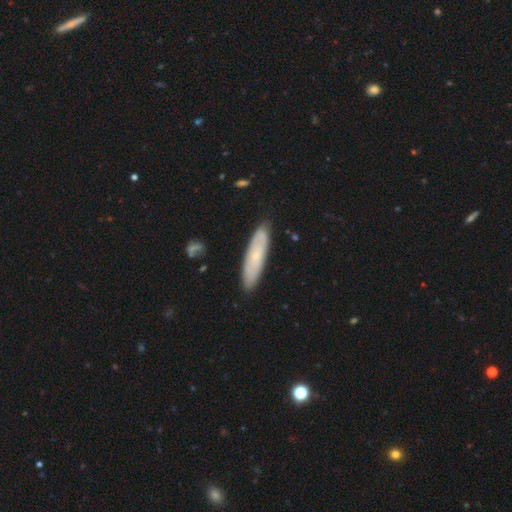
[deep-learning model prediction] smooth 51%, featured or disk 43%, star or artifact 7%. Down the decision tree: how rounded — cigar-shaped (72%); merging — none (85%).